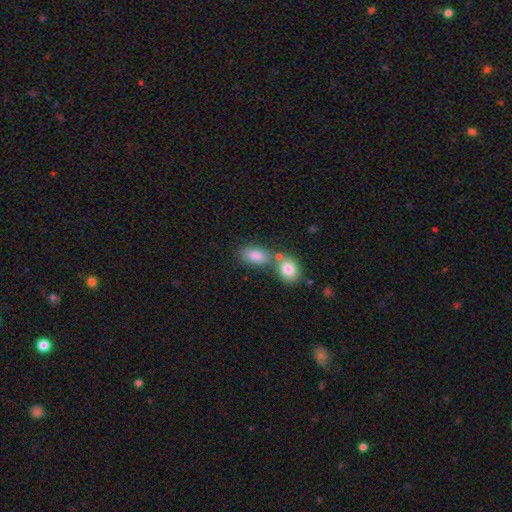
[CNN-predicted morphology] The model was most divided on "merging": none: 46%, merger: 40%, minor disturbance: 11%, major disturbance: 4%. More confident: how rounded — in between (87%); smooth or featured — smooth (82%).